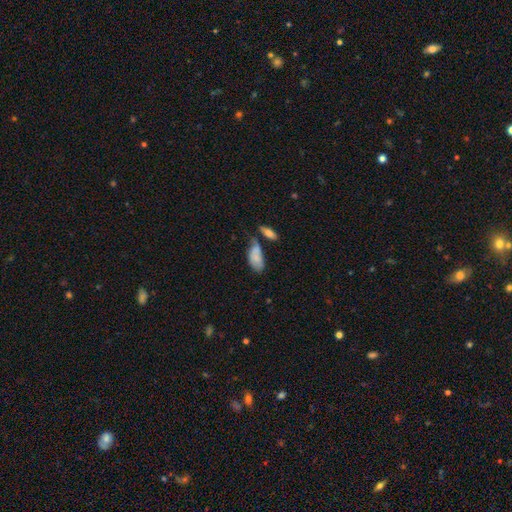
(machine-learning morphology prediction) type=smooth (73%); roundness=in between (91%); merging=none (36%).